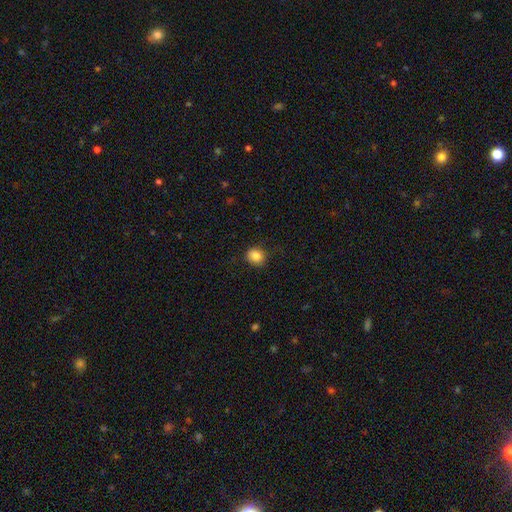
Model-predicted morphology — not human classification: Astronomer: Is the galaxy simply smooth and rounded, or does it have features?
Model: smooth — 85%.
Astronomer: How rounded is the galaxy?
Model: round — 70%.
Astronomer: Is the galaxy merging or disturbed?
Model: none — 84%.